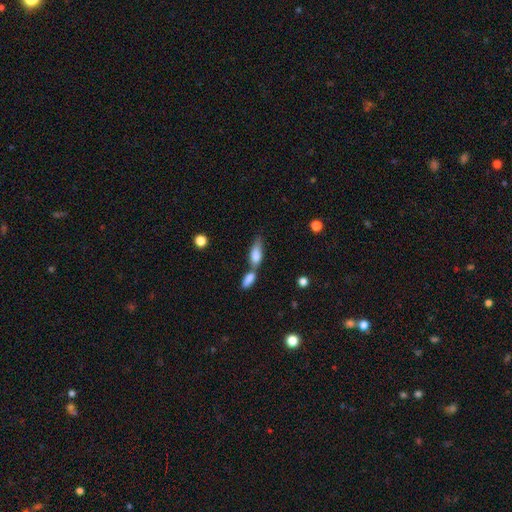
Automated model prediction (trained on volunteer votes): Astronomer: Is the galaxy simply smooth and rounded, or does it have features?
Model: smooth — 74%.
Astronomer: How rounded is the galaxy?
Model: in between — 69%.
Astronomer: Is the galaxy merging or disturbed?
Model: merger — 51% (runner-up: none, 34%).